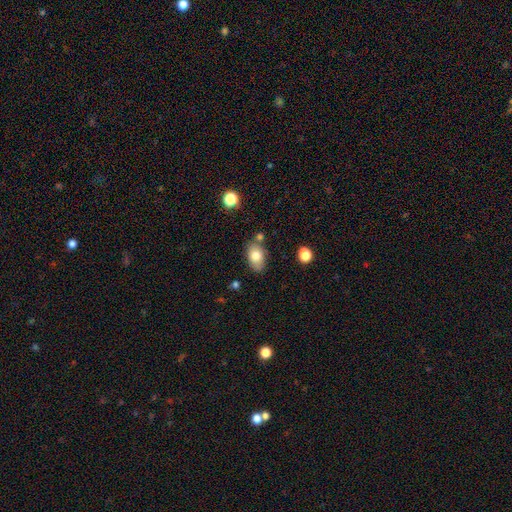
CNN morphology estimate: smooth 79%, featured or disk 13%, star or artifact 8%. Down the decision tree: how rounded — in between (87%); merging — none (72%).